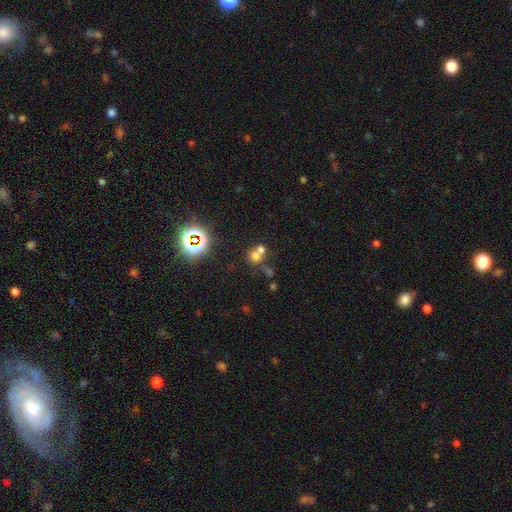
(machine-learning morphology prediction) smooth_or_featured: smooth (p=0.59) [alt: star or artifact p=0.27]
how_rounded: round (p=0.81) [alt: in between p=0.18]
merging: merger (p=0.50) [alt: none p=0.40]